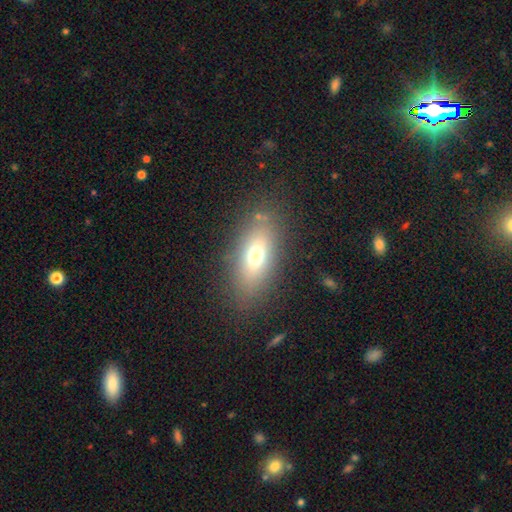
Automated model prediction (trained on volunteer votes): The model was most divided on "smooth or featured": smooth: 67%, featured or disk: 20%, star or artifact: 13%. More confident: merging — none (82%); how rounded — in between (78%).